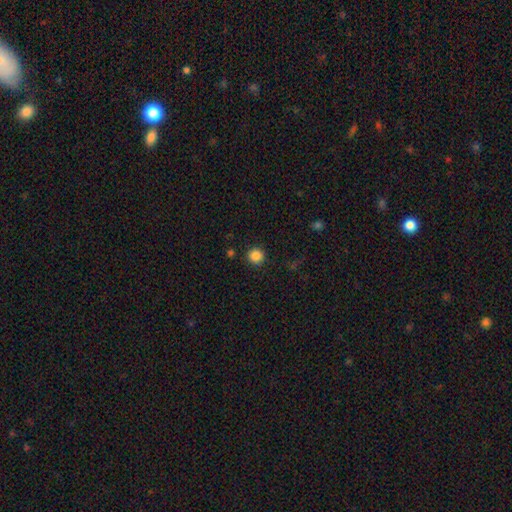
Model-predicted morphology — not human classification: The model was most divided on "smooth or featured": smooth: 85%, star or artifact: 11%, featured or disk: 4%. More confident: how rounded — round (93%); merging — none (91%).